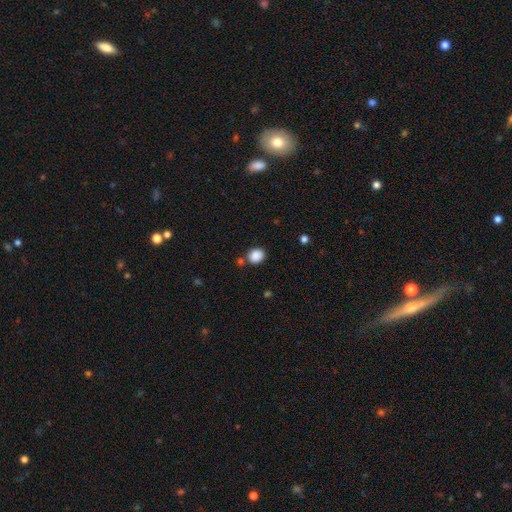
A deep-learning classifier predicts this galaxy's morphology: Smooth or featured: smooth — 87% (star or artifact — 9%)
How rounded: round — 58% (in between — 41%)
Merging: none — 75% (minor disturbance — 12%)